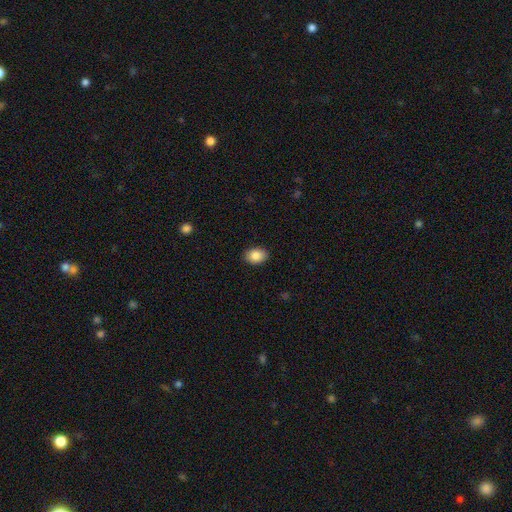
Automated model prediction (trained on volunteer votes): smooth 88%, star or artifact 8%, featured or disk 5%. Down the decision tree: how rounded — in between (77%); merging — none (89%).